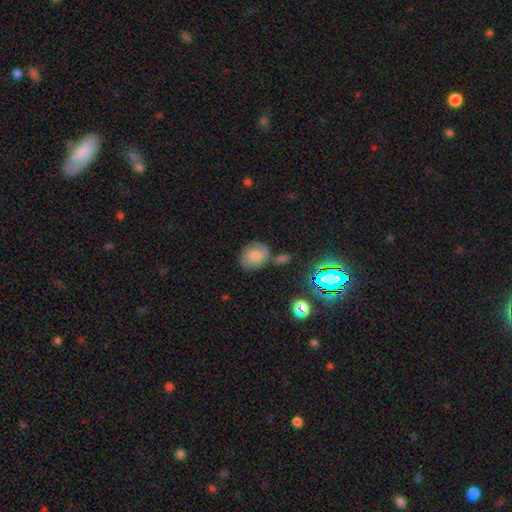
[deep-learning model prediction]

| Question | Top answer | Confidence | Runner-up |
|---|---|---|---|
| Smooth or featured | smooth | 56% | featured or disk (31%) |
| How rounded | round | 50% | in between (49%) |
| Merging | none | 57% | minor disturbance (22%) |